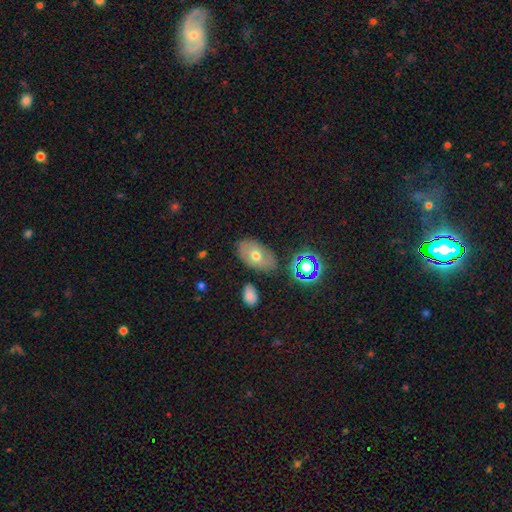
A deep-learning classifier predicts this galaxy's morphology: Smooth or featured?
  - smooth: 57% *
  - featured or disk: 31%
  - star or artifact: 12%
How rounded?
  - in between: 89% *
  - round: 10%
  - cigar-shaped: 1%
Merging?
  - none: 77% *
  - minor disturbance: 14%
  - major disturbance: 5%
  - merger: 4%